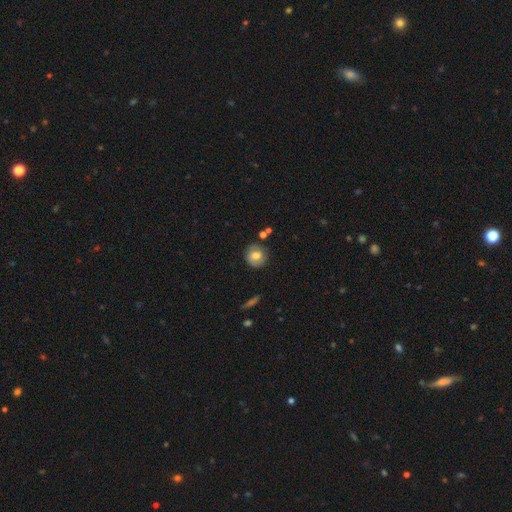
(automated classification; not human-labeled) Smooth or featured?
  - smooth: 70% *
  - featured or disk: 21%
  - star or artifact: 8%
How rounded?
  - round: 85% *
  - in between: 13%
  - cigar-shaped: 1%
Merging?
  - none: 80% *
  - minor disturbance: 13%
  - merger: 4%
  - major disturbance: 3%